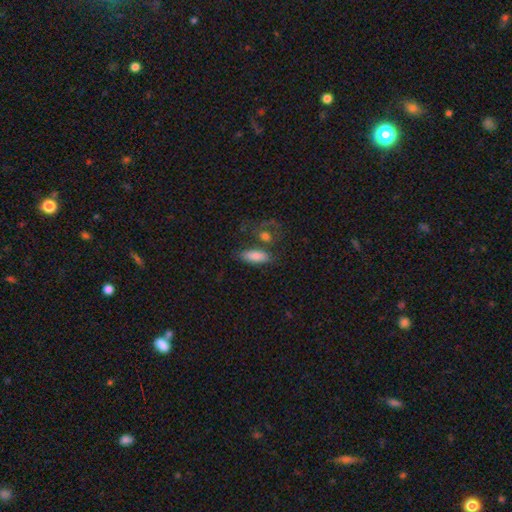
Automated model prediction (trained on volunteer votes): A smooth galaxy with no disk features (79%) that is in between round and cigar-shaped (76%).

Vote fractions:
- Smooth or featured? smooth: 79% / featured or disk: 13% / star or artifact: 8%
- How rounded? in between: 76% / cigar-shaped: 21% / round: 4%
- Merging? none: 57% / merger: 18% / minor disturbance: 16% / major disturbance: 8%